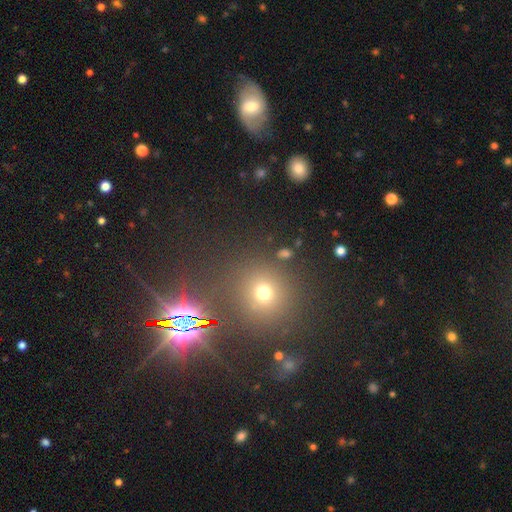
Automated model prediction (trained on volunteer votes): This appears to be a star or artifact, not a galaxy (49%).